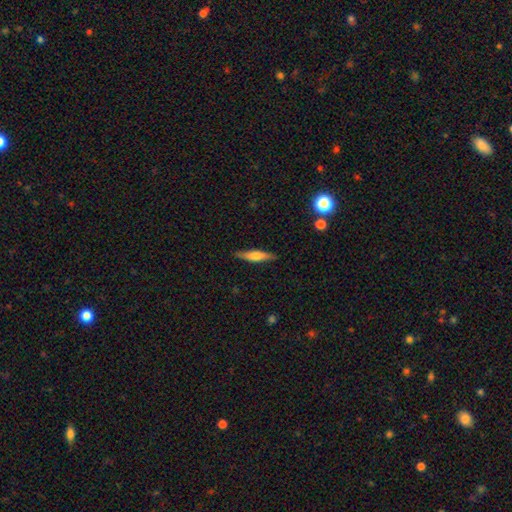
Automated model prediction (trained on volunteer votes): The model was most divided on "smooth or featured": smooth: 54%, featured or disk: 40%, star or artifact: 6%. More confident: merging — none (87%); how rounded — cigar-shaped (80%).